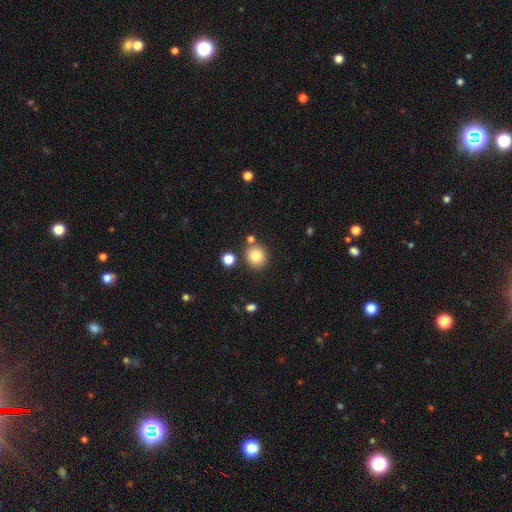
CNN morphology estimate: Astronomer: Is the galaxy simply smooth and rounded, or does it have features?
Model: smooth — 81%.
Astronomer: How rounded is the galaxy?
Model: round — 86%.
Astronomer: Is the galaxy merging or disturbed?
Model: none — 80%.